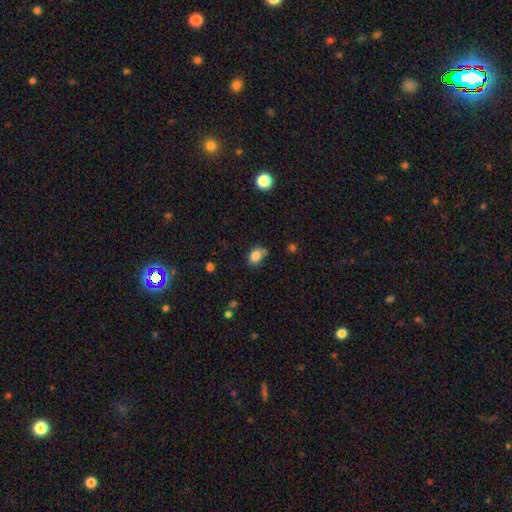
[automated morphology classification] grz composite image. It shows a smooth galaxy with no disk features (83%) that is in between round and cigar-shaped (64%). Merging: none (53%).